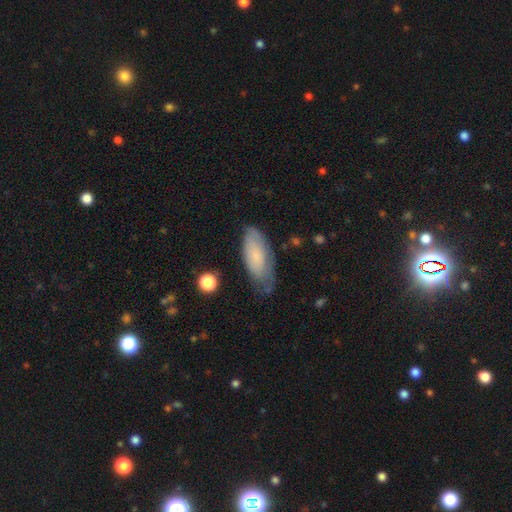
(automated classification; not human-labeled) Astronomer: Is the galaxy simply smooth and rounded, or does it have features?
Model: smooth — 68%.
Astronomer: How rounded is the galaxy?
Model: in between — 80%.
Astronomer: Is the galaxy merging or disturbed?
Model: none — 51% (runner-up: minor disturbance, 34%).